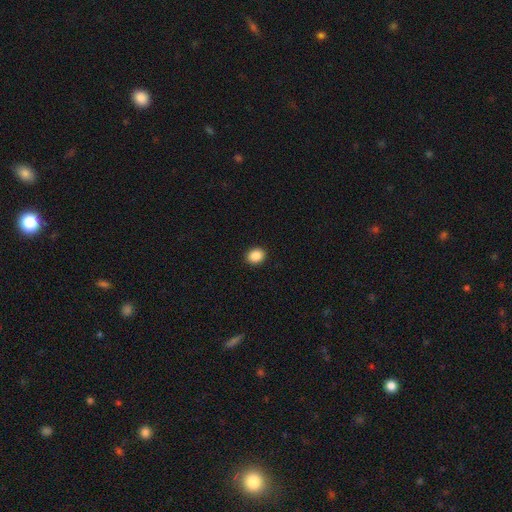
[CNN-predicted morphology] Smooth or featured? Predicted: smooth (p=0.88). How rounded? Predicted: round (p=0.57). Merging? Predicted: none (p=0.92).